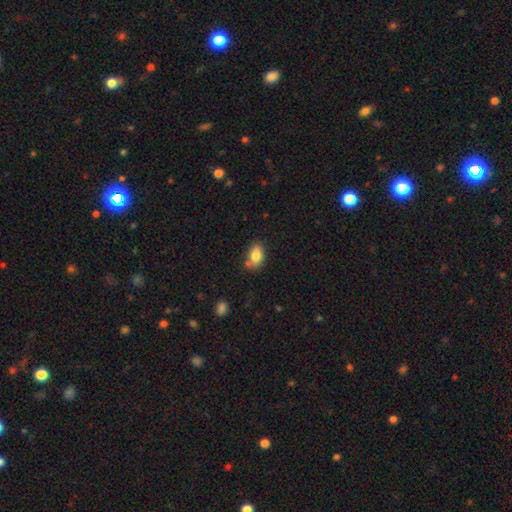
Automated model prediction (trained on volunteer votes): Smooth or featured?
  - smooth: 82% *
  - featured or disk: 10%
  - star or artifact: 9%
How rounded?
  - in between: 84% *
  - round: 14%
  - cigar-shaped: 2%
Merging?
  - none: 66% *
  - minor disturbance: 19%
  - merger: 11%
  - major disturbance: 4%